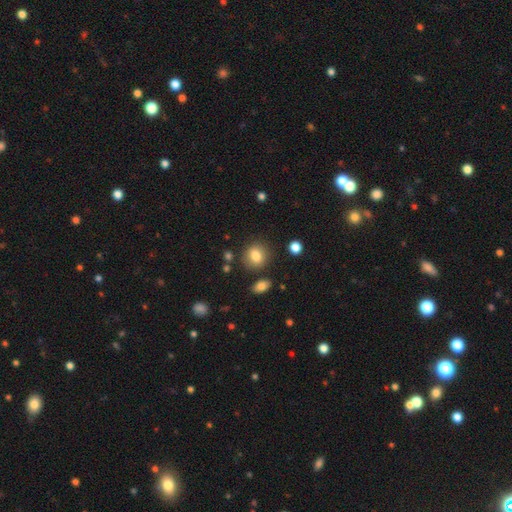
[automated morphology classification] smooth_or_featured: smooth (p=0.82) [alt: star or artifact p=0.10]
how_rounded: round (p=0.70) [alt: in between p=0.28]
merging: none (p=0.82) [alt: minor disturbance p=0.11]